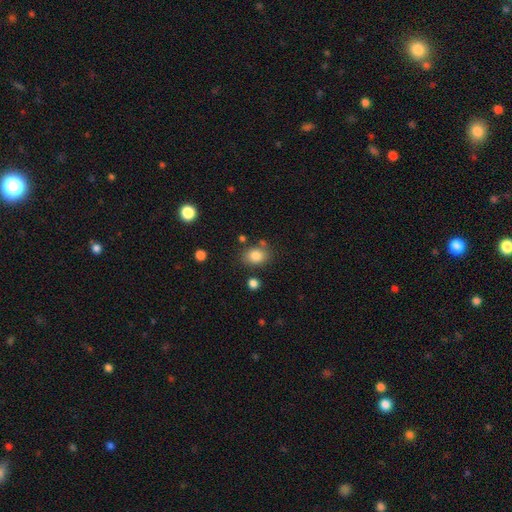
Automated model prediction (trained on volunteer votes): smooth_or_featured: smooth (p=0.83) [alt: star or artifact p=0.10]
how_rounded: in between (p=0.59) [alt: round p=0.40]
merging: none (p=0.75) [alt: minor disturbance p=0.14]